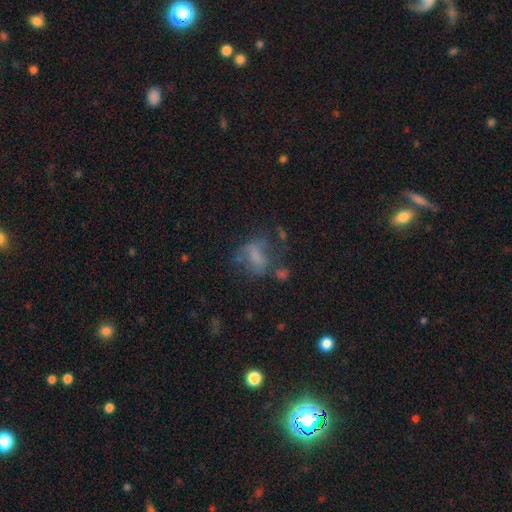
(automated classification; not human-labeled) Smooth or featured? smooth (49%)
Merging? major disturbance (34%, tied with none)